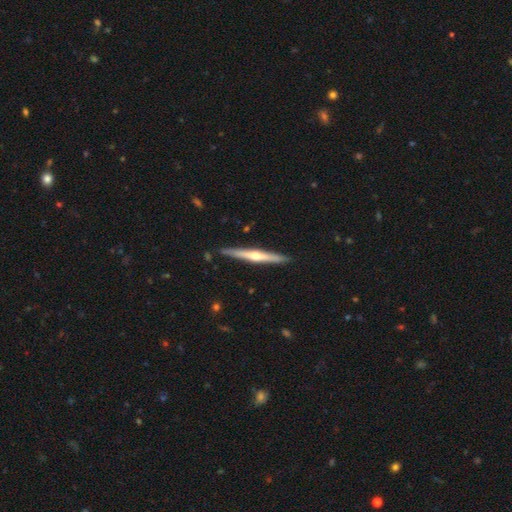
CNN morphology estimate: This appears to be a featured or disk galaxy (69%) viewed edge-on (97%) with a rounded central bulge (83%). Merging: none (90%).